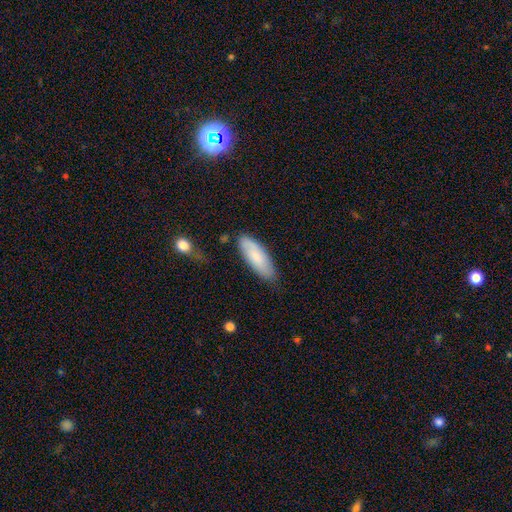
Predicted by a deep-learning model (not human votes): smooth 77%, featured or disk 17%, star or artifact 6%. Down the decision tree: how rounded — in between (67%); merging — none (75%).